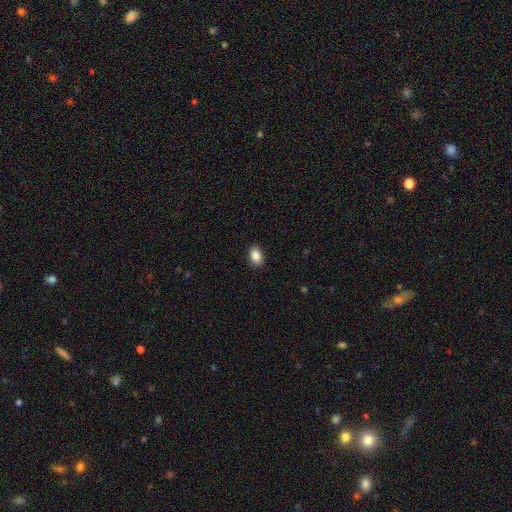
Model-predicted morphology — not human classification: This is clearly a smooth galaxy (89%). How rounded: clearly in between (83%). Merging: clearly none (88%).